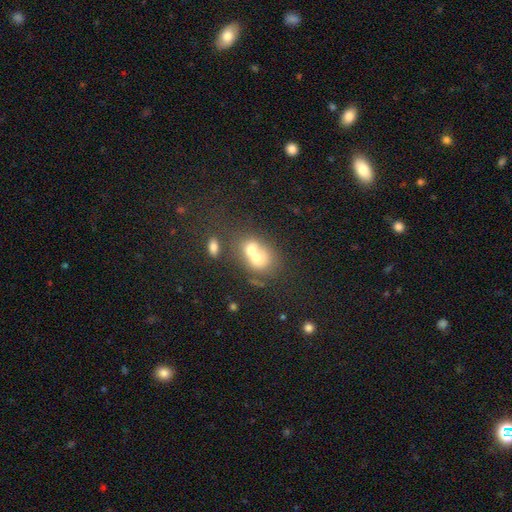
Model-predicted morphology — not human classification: This appears to be a smooth galaxy with no disk features (63%) that is round (56%). Merging: merger (68%).